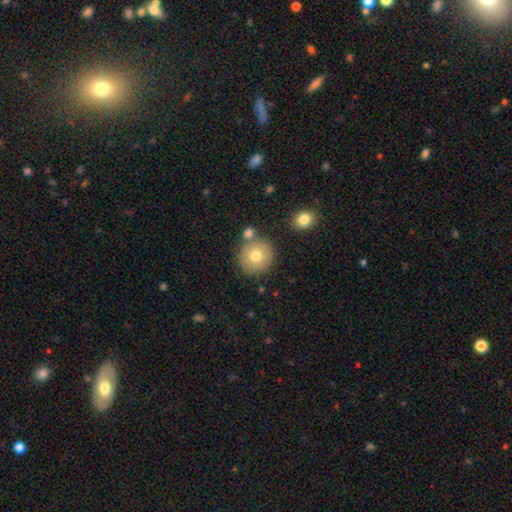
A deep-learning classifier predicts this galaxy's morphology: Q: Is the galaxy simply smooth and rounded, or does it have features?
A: smooth — 75%.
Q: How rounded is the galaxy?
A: round — 92%.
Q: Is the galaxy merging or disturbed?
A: none — 73%.